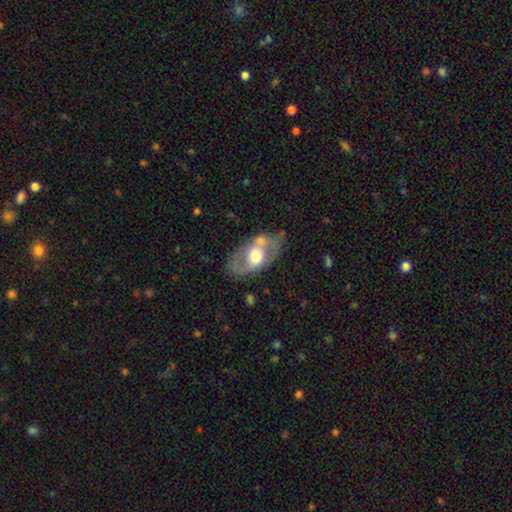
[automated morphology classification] Q: Smooth or featured?
A: featured or disk (57%); runner-up: smooth (37%)
Q: Edge-on disk?
A: no (89%); runner-up: yes (11%)
Q: Bar?
A: no (68%); runner-up: weak (22%)
Q: Spiral arms?
A: no (63%); runner-up: yes (37%)
Q: Bulge size?
A: moderate (60%); runner-up: large (30%)
Q: Merging?
A: none (65%); runner-up: minor disturbance (19%)